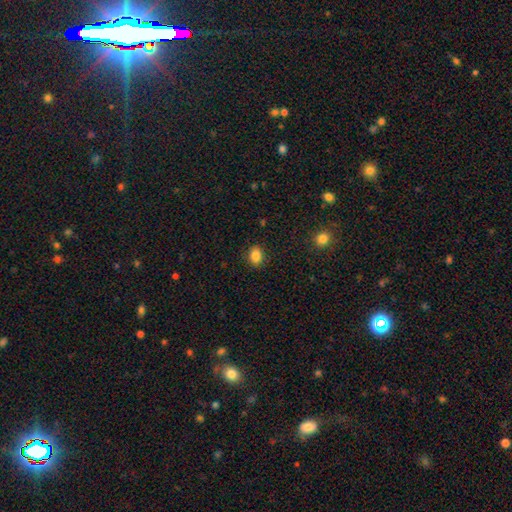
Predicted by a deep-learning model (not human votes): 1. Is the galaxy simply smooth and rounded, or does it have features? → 85% smooth, 10% star or artifact, 5% featured or disk.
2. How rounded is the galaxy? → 54% in between, 45% round, 1% cigar-shaped.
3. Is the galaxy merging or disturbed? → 89% none, 8% minor disturbance, 2% major disturbance, 1% merger.